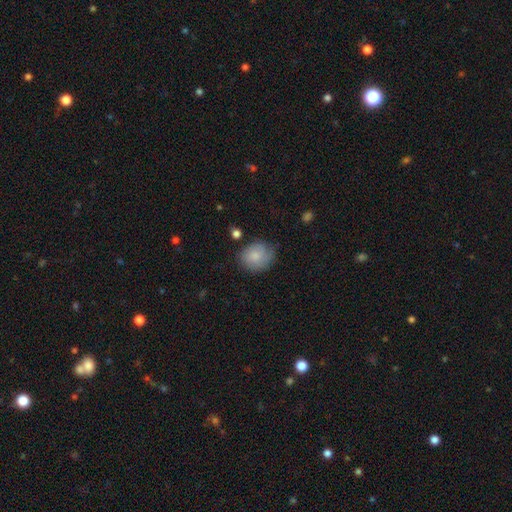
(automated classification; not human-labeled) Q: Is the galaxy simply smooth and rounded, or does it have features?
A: smooth — 79%.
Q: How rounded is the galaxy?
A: round — 64%.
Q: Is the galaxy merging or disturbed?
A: none — 67%.